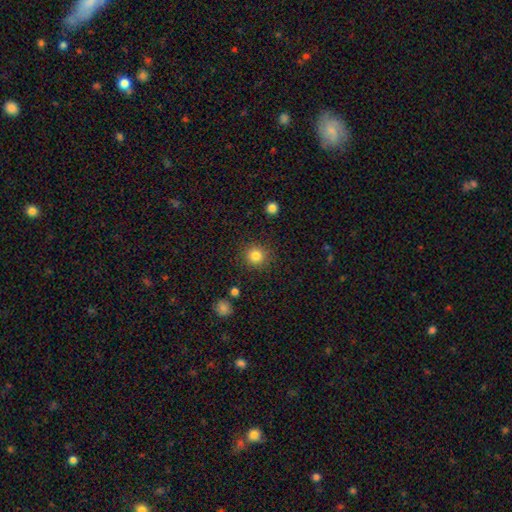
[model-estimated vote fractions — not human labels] A smooth galaxy with no disk features (83%) that is round (93%).

Vote fractions:
- Smooth or featured? smooth: 83% / star or artifact: 11% / featured or disk: 5%
- How rounded? round: 93% / in between: 6% / cigar-shaped: 1%
- Merging? none: 89% / minor disturbance: 7% / major disturbance: 3% / merger: 2%